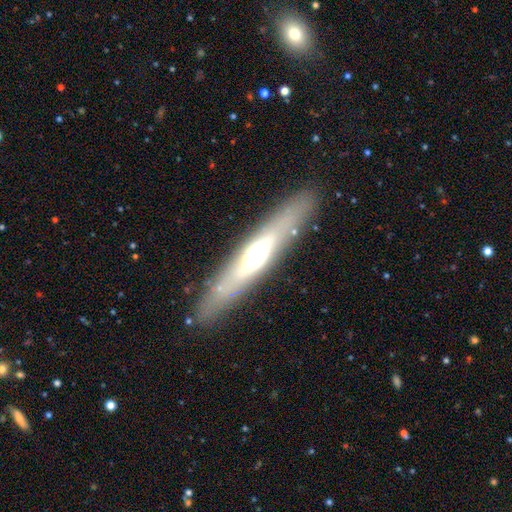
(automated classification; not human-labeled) featured or disk 54%, smooth 38%, star or artifact 8%. Down the decision tree: edge-on disk — yes (81%); merging — none (86%).